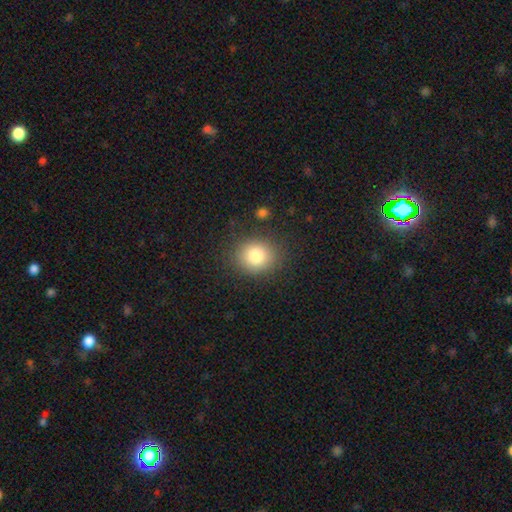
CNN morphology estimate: smooth-or-featured: smooth: 82% | star or artifact: 10% | featured or disk: 7%
  how-rounded: round: 78% | in between: 22% | cigar-shaped: 1%
  merging: none: 86% | minor disturbance: 9% | major disturbance: 3% | merger: 2%